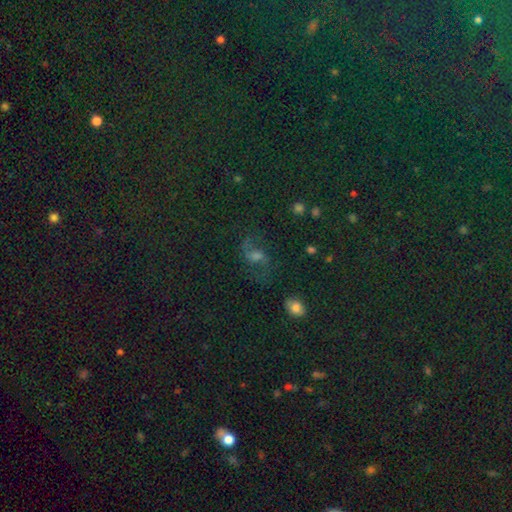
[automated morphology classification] Smooth or featured: featured or disk — 41% (star or artifact — 32%)
Merging: none — 65% (minor disturbance — 17%)